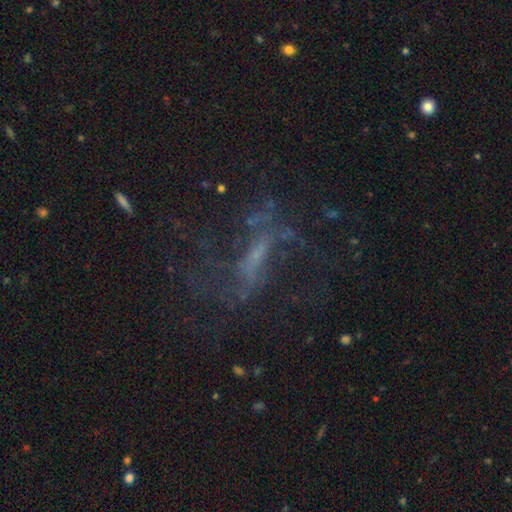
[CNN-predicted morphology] featured or disk 61%, star or artifact 23%, smooth 15%. Down the decision tree: edge-on disk — no (86%); bar — weak (38%); spiral arms — yes (60%); bulge size — none (41%); merging — none (52%).